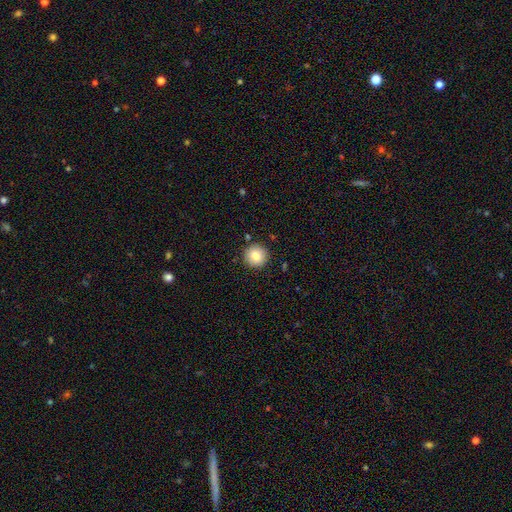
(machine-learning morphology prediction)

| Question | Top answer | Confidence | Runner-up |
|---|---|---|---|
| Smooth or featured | smooth | 83% | star or artifact (9%) |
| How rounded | round | 96% | in between (3%) |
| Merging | none | 91% | minor disturbance (6%) |